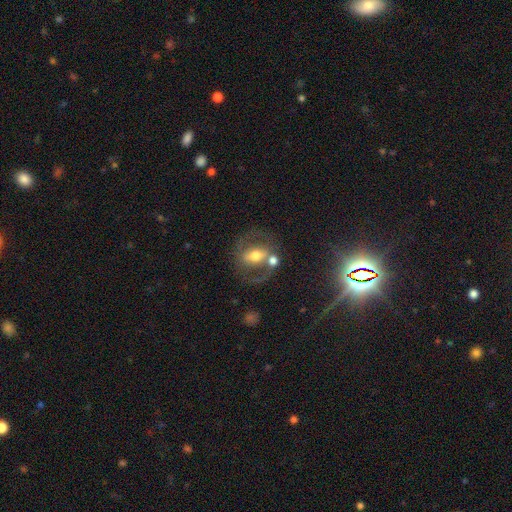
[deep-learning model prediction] Smooth or featured?
  - featured or disk: 64% *
  - smooth: 27%
  - star or artifact: 9%
Edge-on disk?
  - no: 92% *
  - yes: 8%
Bar?
  - strong: 43% *
  - weak: 32%
  - no: 24%
Spiral arms?
  - yes: 61% *
  - no: 39%
Bulge size?
  - moderate: 63% *
  - large: 18%
  - small: 15%
  - dominant: 2%
  - none: 2%
Merging?
  - none: 53% *
  - merger: 21%
  - minor disturbance: 15%
  - major disturbance: 11%